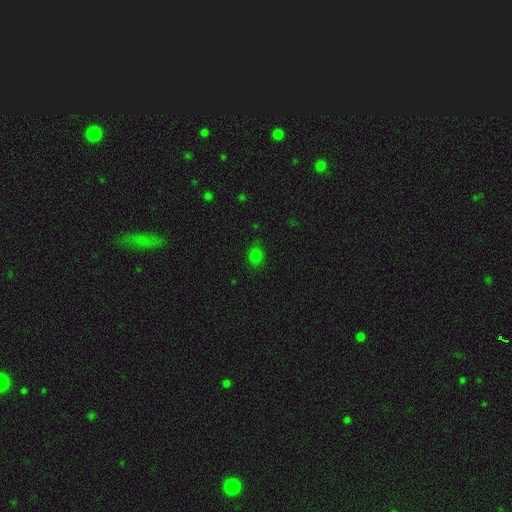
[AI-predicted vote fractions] Smooth or featured?
  - smooth: 77% *
  - star or artifact: 19%
  - featured or disk: 4%
How rounded?
  - round: 54% *
  - in between: 44%
  - cigar-shaped: 1%
Merging?
  - none: 77% *
  - minor disturbance: 17%
  - major disturbance: 4%
  - merger: 2%